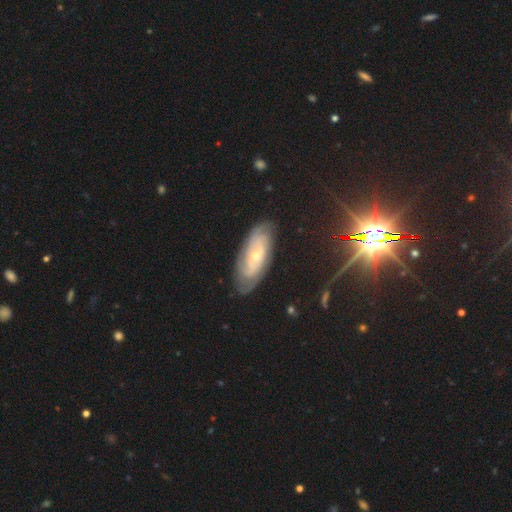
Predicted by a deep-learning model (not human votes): smooth_or_featured: featured or disk (p=0.78) [alt: smooth p=0.15]
disk_edge_on: no (p=0.90) [alt: yes p=0.10]
bar: no (p=0.73) [alt: weak p=0.21]
has_spiral_arms: yes (p=0.90) [alt: no p=0.10]
spiral_winding: tight (p=0.74) [alt: medium p=0.21]
spiral_arm_count: can't tell (p=0.49) [alt: 2 p=0.25]
bulge_size: small (p=0.62) [alt: moderate p=0.35]
merging: none (p=0.79) [alt: minor disturbance p=0.16]